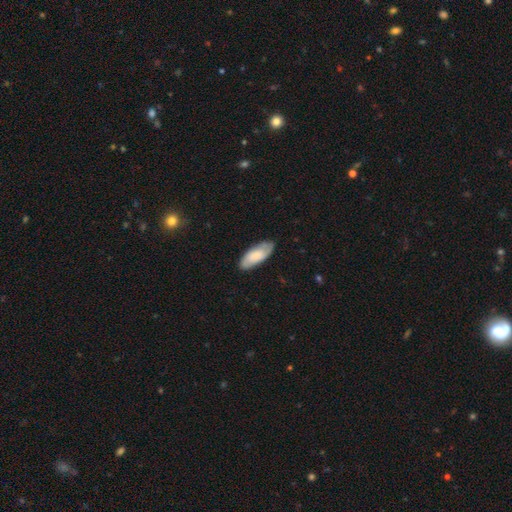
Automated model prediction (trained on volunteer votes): smooth-or-featured: smooth: 62% | featured or disk: 32% | star or artifact: 6%
  how-rounded: in between: 82% | cigar-shaped: 16% | round: 2%
  merging: none: 81% | minor disturbance: 15% | major disturbance: 3% | merger: 1%